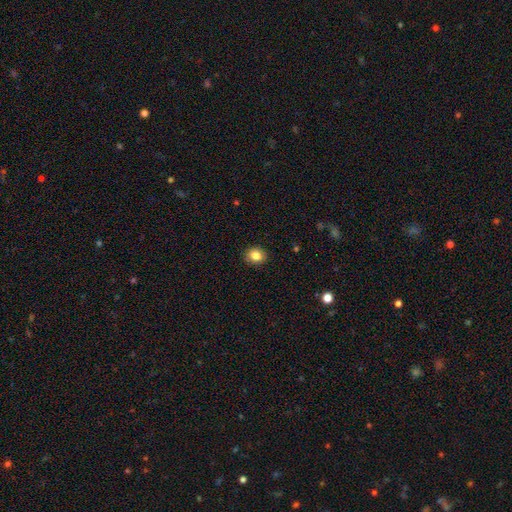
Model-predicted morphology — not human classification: A smooth galaxy with no disk features (84%) that is round (62%). Merging: none (89%).